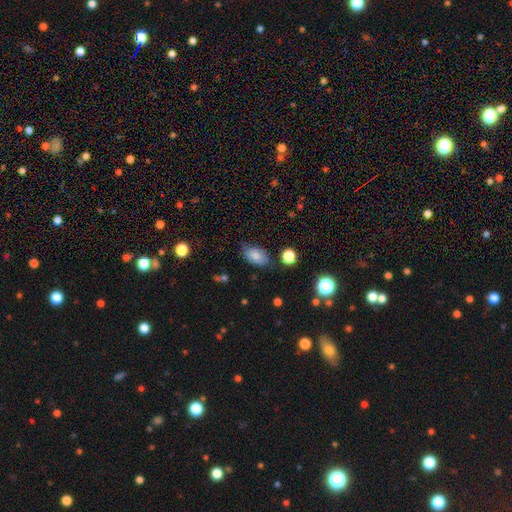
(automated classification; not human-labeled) A smooth galaxy with no disk features (83%) that is in between round and cigar-shaped (91%).

Vote fractions:
- Smooth or featured? smooth: 83% / featured or disk: 9% / star or artifact: 9%
- How rounded? in between: 91% / round: 7% / cigar-shaped: 2%
- Merging? none: 72% / minor disturbance: 21% / major disturbance: 4% / merger: 3%